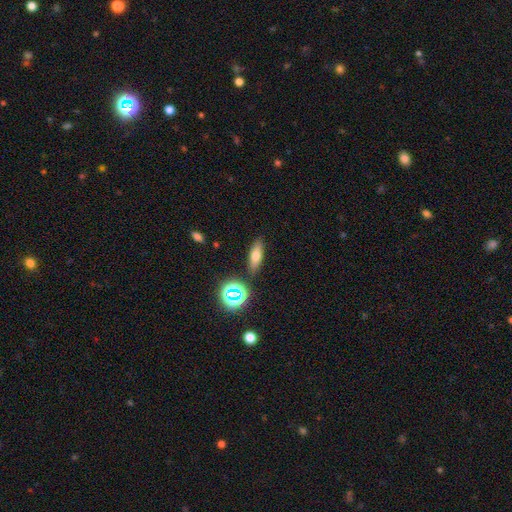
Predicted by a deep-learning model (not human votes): Q: Smooth or featured?
A: smooth (67%); runner-up: featured or disk (18%)
Q: How rounded?
A: in between (51%); runner-up: cigar-shaped (42%)
Q: Merging?
A: none (84%); runner-up: minor disturbance (10%)